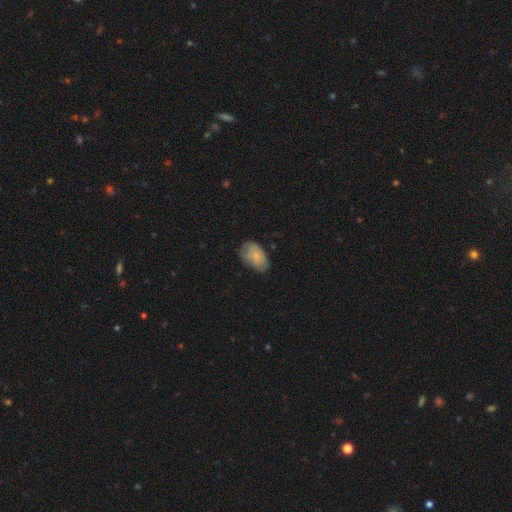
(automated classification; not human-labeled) Smooth or featured?
  - smooth: 75% *
  - featured or disk: 19%
  - star or artifact: 7%
How rounded?
  - in between: 91% *
  - round: 8%
  - cigar-shaped: 1%
Merging?
  - none: 66% *
  - minor disturbance: 27%
  - major disturbance: 6%
  - merger: 1%